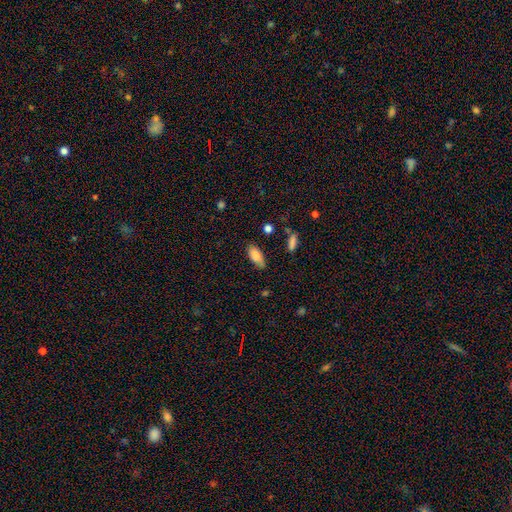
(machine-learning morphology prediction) Smooth or featured: smooth — 84% (featured or disk — 9%)
How rounded: in between — 87% (cigar-shaped — 11%)
Merging: none — 73% (minor disturbance — 21%)